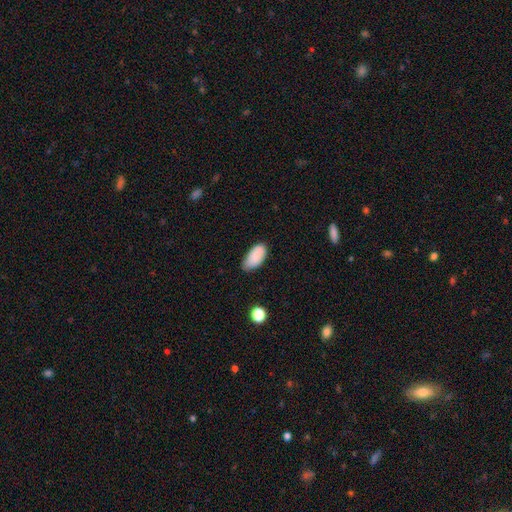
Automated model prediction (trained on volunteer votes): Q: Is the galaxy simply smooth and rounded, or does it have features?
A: smooth — 87%.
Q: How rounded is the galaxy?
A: in between — 94%.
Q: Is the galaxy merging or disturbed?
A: none — 69%.